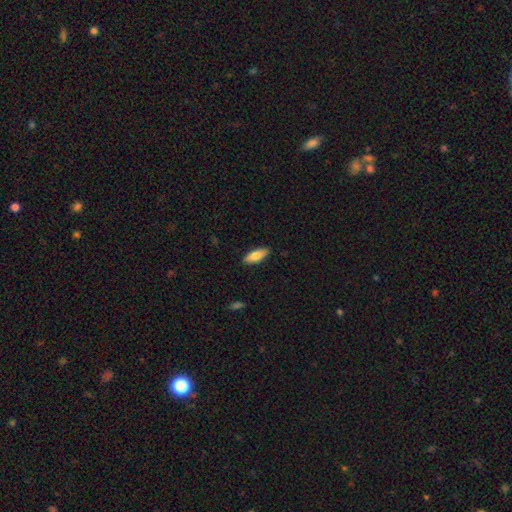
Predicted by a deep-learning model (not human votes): Q: Smooth or featured?
A: smooth (77%); runner-up: featured or disk (17%)
Q: How rounded?
A: in between (73%); runner-up: cigar-shaped (25%)
Q: Merging?
A: none (88%); runner-up: minor disturbance (9%)